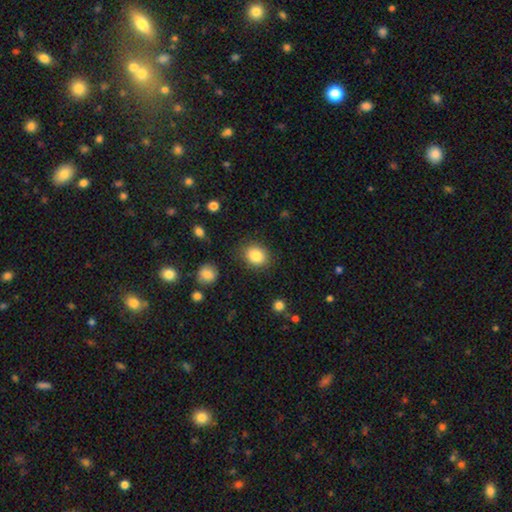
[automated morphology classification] Overall: smooth (85%). How rounded: round (58%; in between 41%). Merging: none (84%).